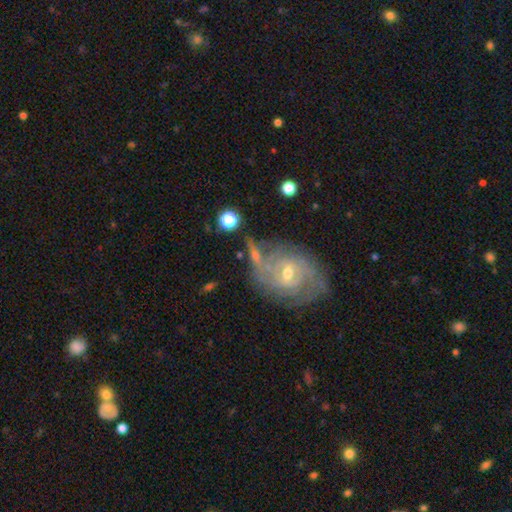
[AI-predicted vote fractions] Q: Smooth or featured?
A: featured or disk (75%); runner-up: smooth (14%)
Q: Edge-on disk?
A: no (96%); runner-up: yes (4%)
Q: Bar?
A: weak (45%); runner-up: no (43%)
Q: Spiral arms?
A: yes (88%); runner-up: no (12%)
Q: Spiral winding?
A: tight (44%); runner-up: medium (38%)
Q: Spiral arm count?
A: 2 (43%); runner-up: can't tell (33%)
Q: Bulge size?
A: small (60%); runner-up: moderate (37%)
Q: Merging?
A: none (64%); runner-up: minor disturbance (20%)